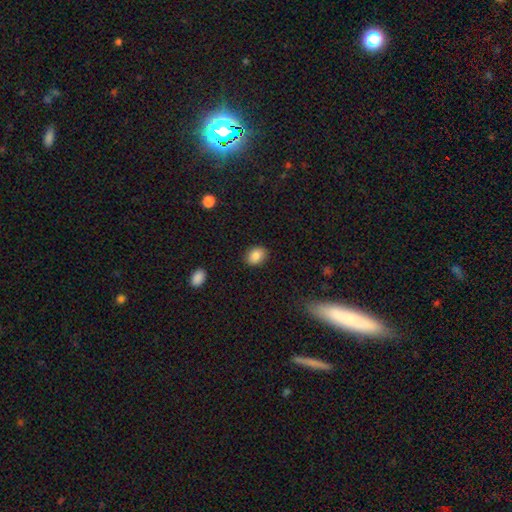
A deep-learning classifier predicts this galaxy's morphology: Smooth or featured?
  - smooth: 86% *
  - star or artifact: 8%
  - featured or disk: 6%
How rounded?
  - in between: 66% *
  - round: 33%
  - cigar-shaped: 1%
Merging?
  - none: 88% *
  - minor disturbance: 8%
  - major disturbance: 2%
  - merger: 1%